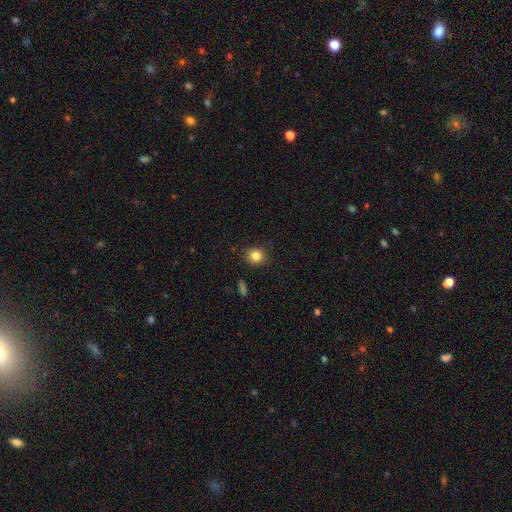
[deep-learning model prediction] This appears to be a smooth galaxy with no disk features (84%) that is round (79%). Merging: none (88%).